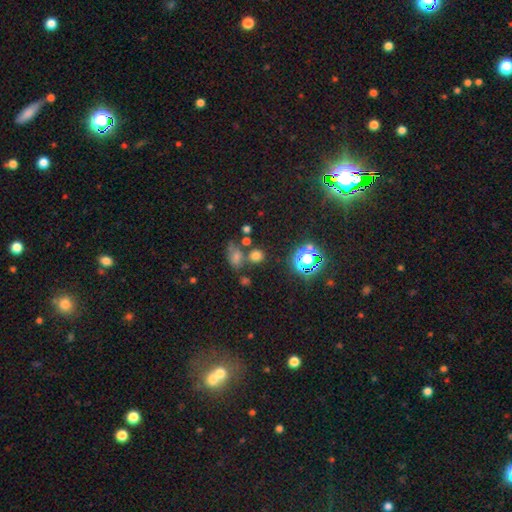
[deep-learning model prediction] A smooth galaxy with no disk features (64%) that is round (75%). Merging: none (65%).